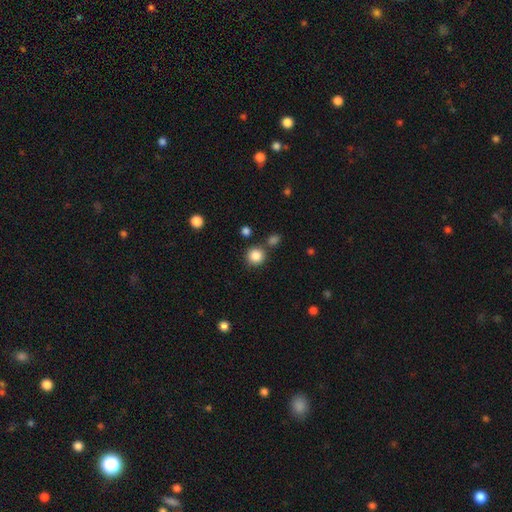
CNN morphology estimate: A smooth galaxy with no disk features (86%) that is round (92%). Merging: none (81%).